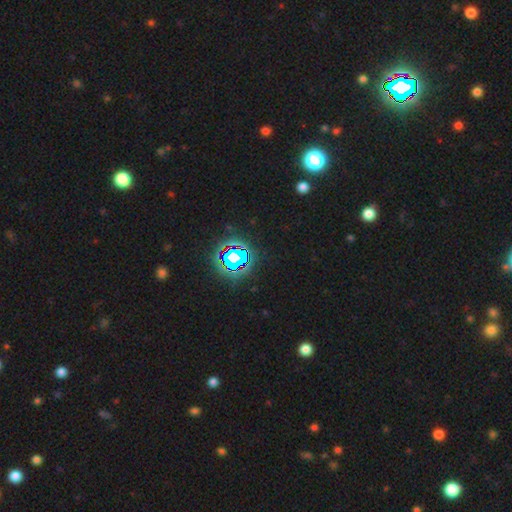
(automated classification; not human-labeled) This appears to be a star or artifact, not a galaxy (82%).